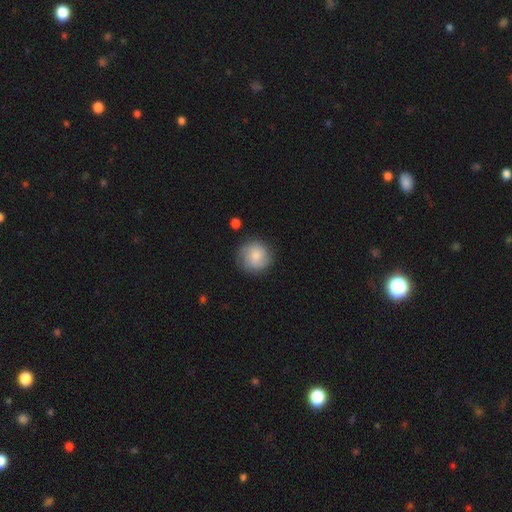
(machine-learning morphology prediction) A smooth galaxy with no disk features (70%) that is round (91%).

Vote fractions:
- Smooth or featured? smooth: 70% / featured or disk: 22% / star or artifact: 7%
- How rounded? round: 91% / in between: 8% / cigar-shaped: 1%
- Merging? none: 81% / minor disturbance: 14% / major disturbance: 4% / merger: 2%